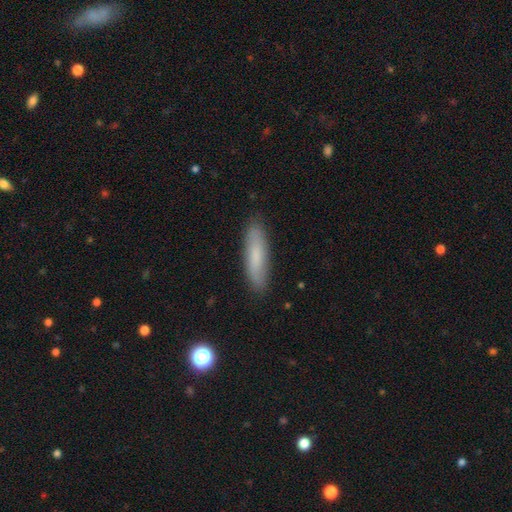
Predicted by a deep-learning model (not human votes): The model was most divided on "how rounded": cigar-shaped: 74%, in between: 25%, round: 2%. More confident: merging — none (86%); smooth or featured — smooth (74%).